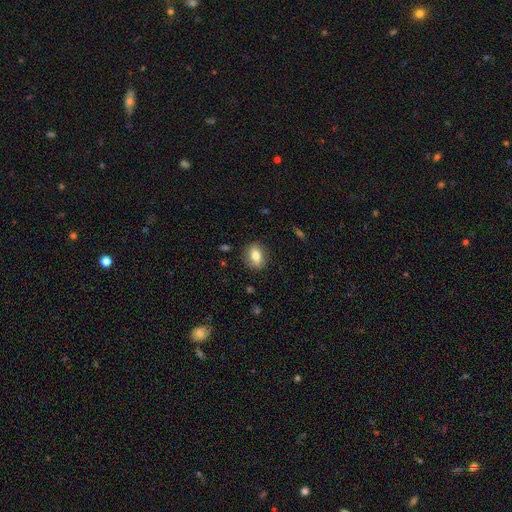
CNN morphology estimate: A smooth galaxy with no disk features (76%) that is in between round and cigar-shaped (63%). Merging: none (84%).